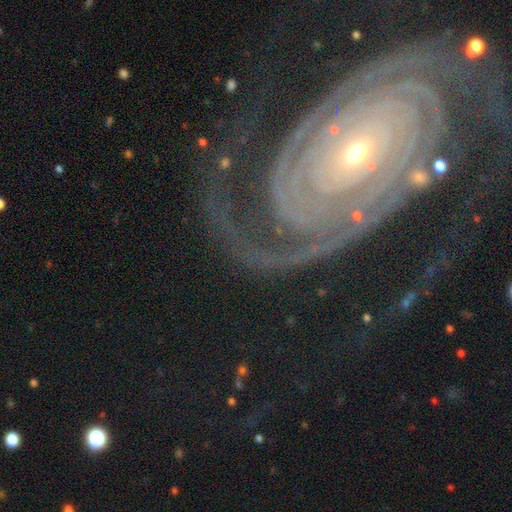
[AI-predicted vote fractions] Morphology: type=featured or disk (85%); edge-on=no (96%); bar=no (72%); spiral arms=yes (95%); winding=tight (78%); arm count=2 (50%); bulge=small (67%); merging=none (71%).